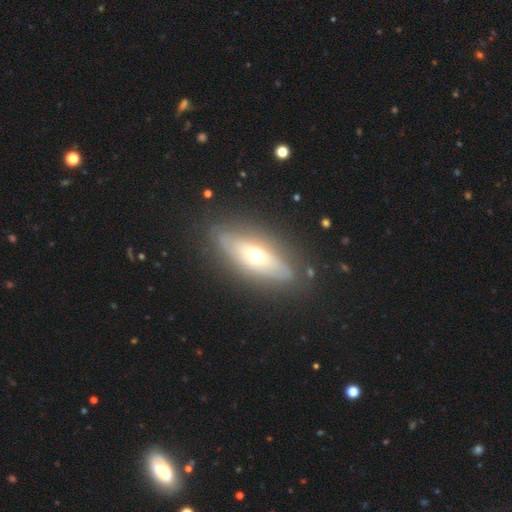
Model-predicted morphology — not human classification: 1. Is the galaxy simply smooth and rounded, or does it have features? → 62% featured or disk, 31% smooth, 7% star or artifact.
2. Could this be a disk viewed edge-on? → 52% no, 48% yes.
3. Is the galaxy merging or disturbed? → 82% none, 13% minor disturbance, 4% major disturbance, 2% merger.